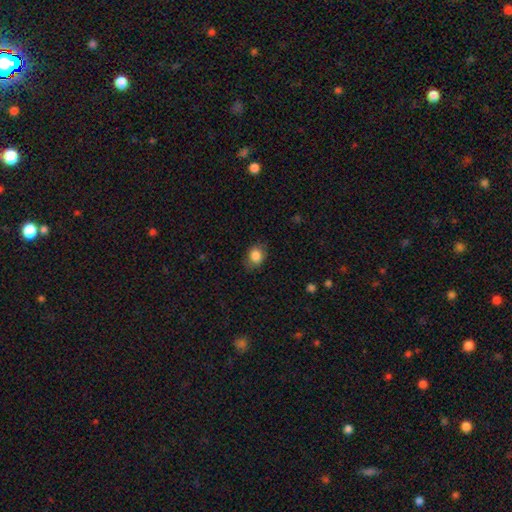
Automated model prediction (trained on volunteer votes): Smooth or featured? Predicted: smooth (p=0.84). How rounded? Predicted: in between (p=0.59). Merging? Predicted: none (p=0.79).